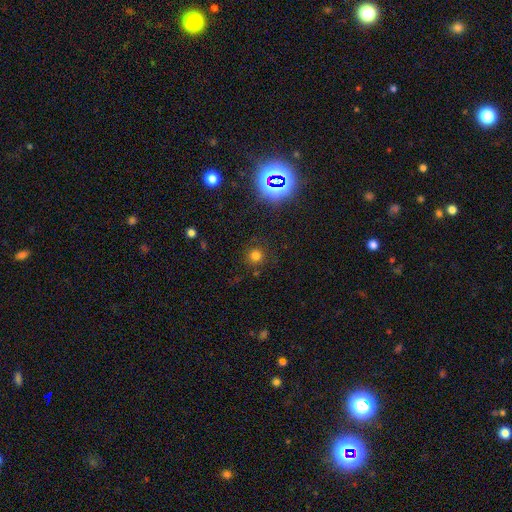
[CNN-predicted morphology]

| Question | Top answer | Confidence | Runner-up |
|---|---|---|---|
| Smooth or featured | smooth | 69% | star or artifact (24%) |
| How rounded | round | 94% | in between (5%) |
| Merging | none | 85% | minor disturbance (9%) |